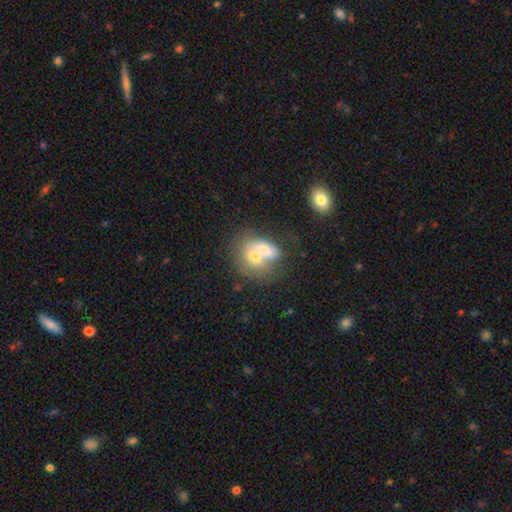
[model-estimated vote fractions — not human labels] Overall: smooth (62%; featured or disk 29%). How rounded: in between (54%; round 43%). Merging: merger (65%).